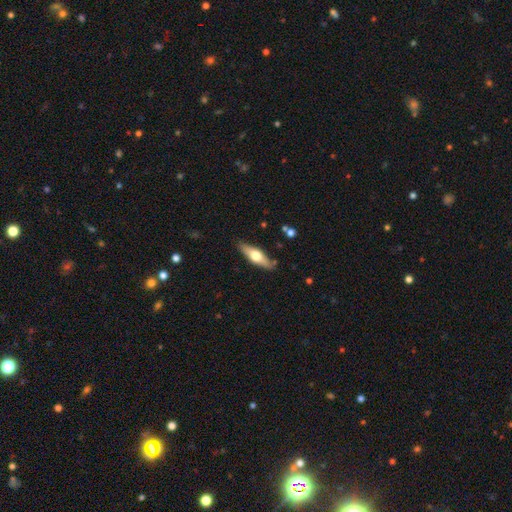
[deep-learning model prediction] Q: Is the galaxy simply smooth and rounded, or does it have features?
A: featured or disk — 49%.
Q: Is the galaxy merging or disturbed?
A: none — 84%.